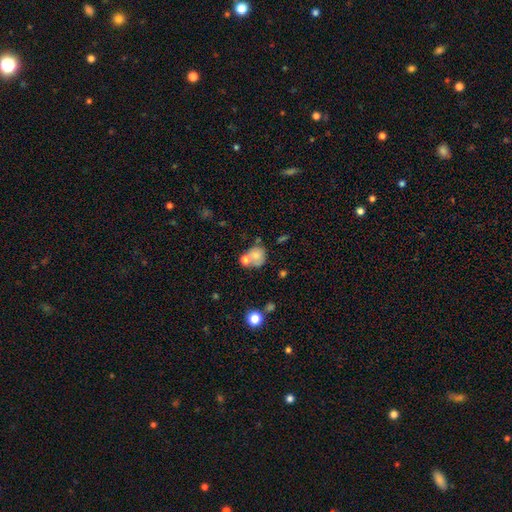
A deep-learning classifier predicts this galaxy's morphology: Smooth or featured? Predicted: smooth (p=0.68). How rounded? Predicted: round (p=0.71). Merging? Predicted: none (p=0.41).